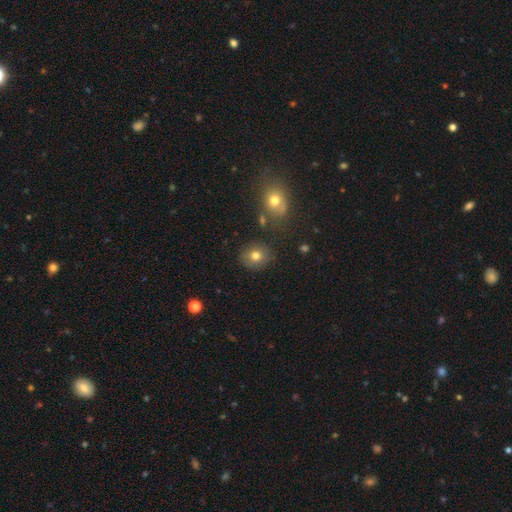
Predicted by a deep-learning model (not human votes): smooth-or-featured: smooth: 76% | star or artifact: 12% | featured or disk: 11%
  how-rounded: round: 76% | in between: 23% | cigar-shaped: 1%
  merging: none: 81% | minor disturbance: 11% | merger: 5% | major disturbance: 3%